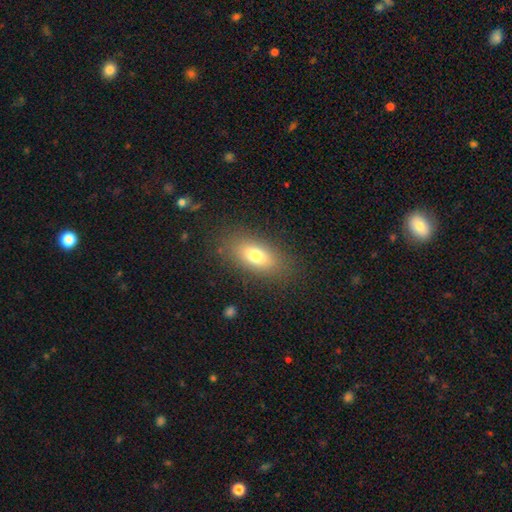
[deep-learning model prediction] This is likely a smooth galaxy (73%). How rounded: clearly in between (83%). Merging: clearly none (83%).